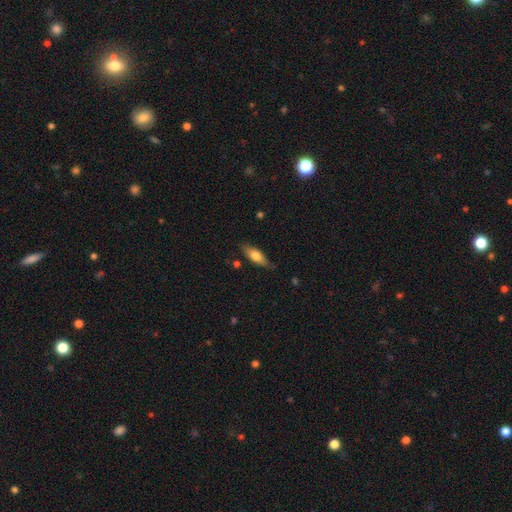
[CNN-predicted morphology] A smooth galaxy with no disk features (69%) that is in between round and cigar-shaped (61%). Merging: none (78%).